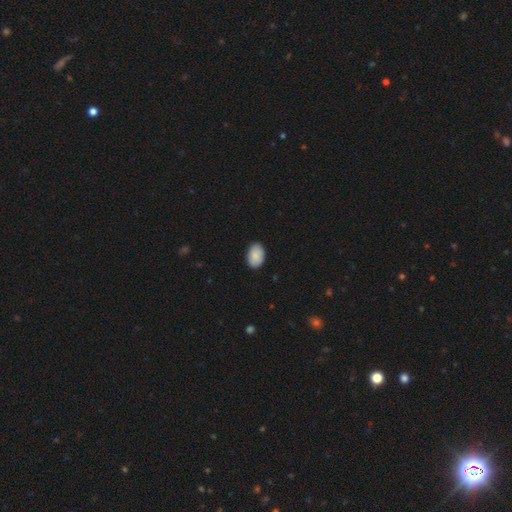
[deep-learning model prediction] Smooth or featured?
  - smooth: 89% *
  - star or artifact: 6%
  - featured or disk: 5%
How rounded?
  - in between: 88% *
  - round: 10%
  - cigar-shaped: 1%
Merging?
  - none: 88% *
  - minor disturbance: 10%
  - major disturbance: 2%
  - merger: 1%